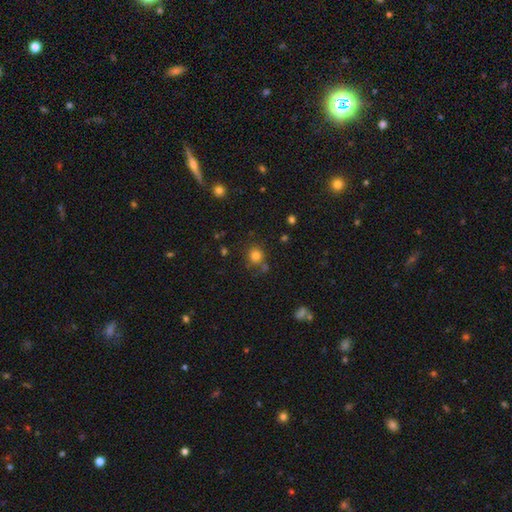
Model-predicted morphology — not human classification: This is likely a smooth galaxy (80%). How rounded: clearly round (87%). Merging: likely none (75%).